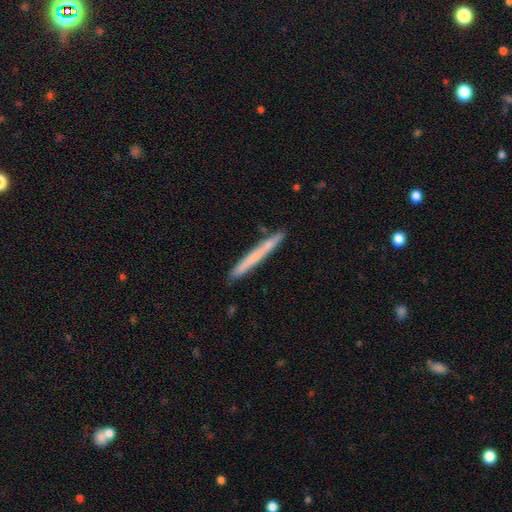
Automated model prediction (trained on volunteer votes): This appears to be a smooth galaxy with no disk features (59%) that is cigar-shaped (97%). Merging: none (90%).